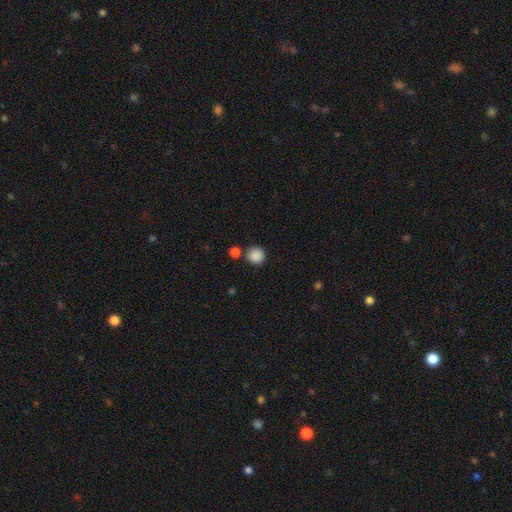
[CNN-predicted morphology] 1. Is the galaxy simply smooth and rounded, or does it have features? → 87% smooth, 9% star or artifact, 3% featured or disk.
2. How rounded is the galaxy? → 93% round, 6% in between, 1% cigar-shaped.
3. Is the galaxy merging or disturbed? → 80% none, 9% merger, 8% minor disturbance, 3% major disturbance.